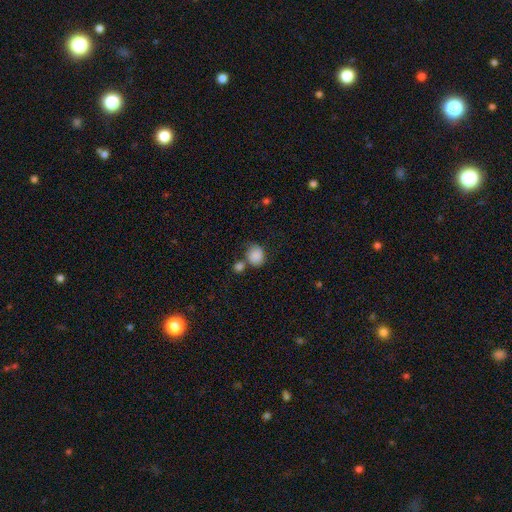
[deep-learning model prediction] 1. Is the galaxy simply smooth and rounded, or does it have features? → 85% smooth, 8% star or artifact, 6% featured or disk.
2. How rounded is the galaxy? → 70% round, 29% in between, 1% cigar-shaped.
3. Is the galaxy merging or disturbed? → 50% none, 27% merger, 17% minor disturbance, 7% major disturbance.